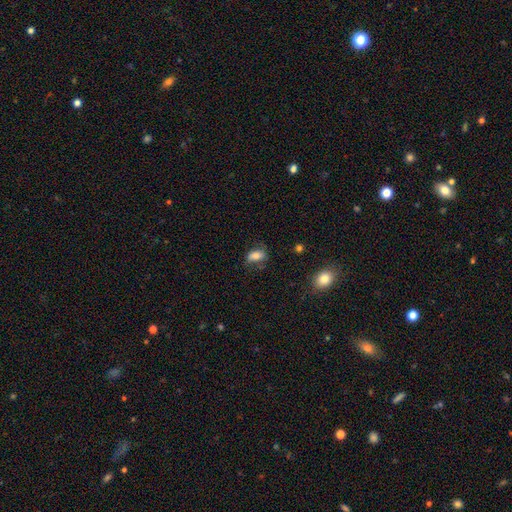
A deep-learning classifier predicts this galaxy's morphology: This appears to be a smooth galaxy with no disk features (70%) that is in between round and cigar-shaped (84%). Merging: none (63%).